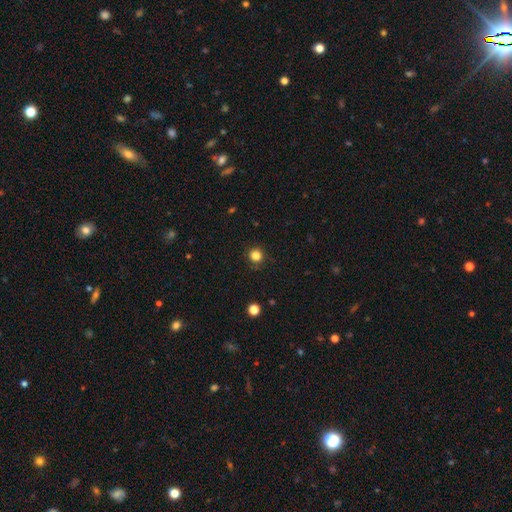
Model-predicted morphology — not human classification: Smooth or featured: smooth — 83% (star or artifact — 13%)
How rounded: round — 94% (in between — 6%)
Merging: none — 89% (minor disturbance — 8%)